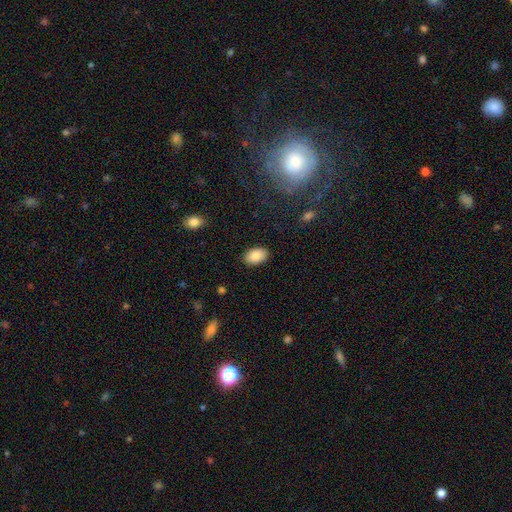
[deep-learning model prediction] Smooth or featured: smooth — 87% (star or artifact — 7%)
How rounded: in between — 90% (round — 9%)
Merging: none — 88% (minor disturbance — 9%)